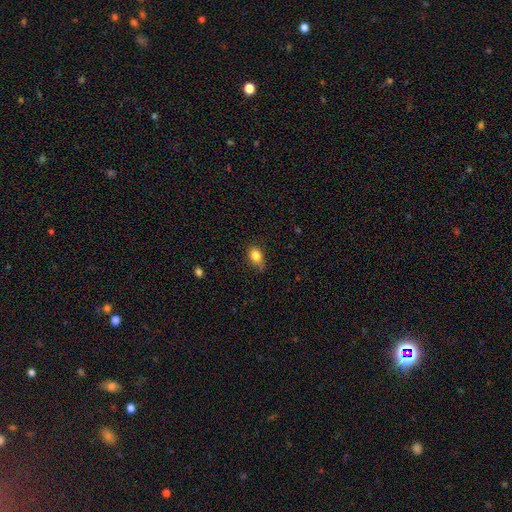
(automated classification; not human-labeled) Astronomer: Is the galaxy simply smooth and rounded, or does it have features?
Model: smooth — 84%.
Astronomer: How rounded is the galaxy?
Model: in between — 76%.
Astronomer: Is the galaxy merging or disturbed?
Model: none — 72%.